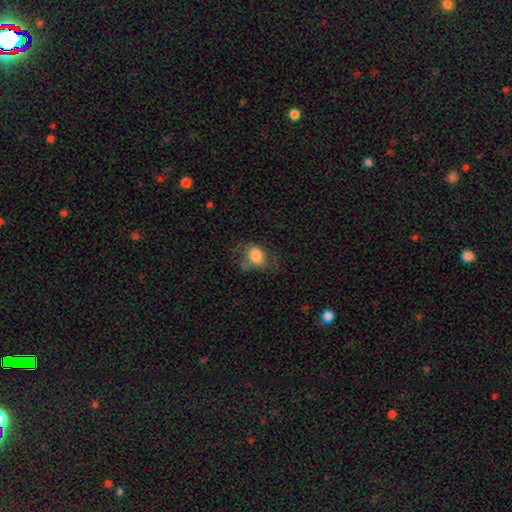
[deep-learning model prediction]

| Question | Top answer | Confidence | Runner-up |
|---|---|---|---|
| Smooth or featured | smooth | 80% | featured or disk (11%) |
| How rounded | in between | 54% | round (45%) |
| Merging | none | 50% | minor disturbance (28%) |